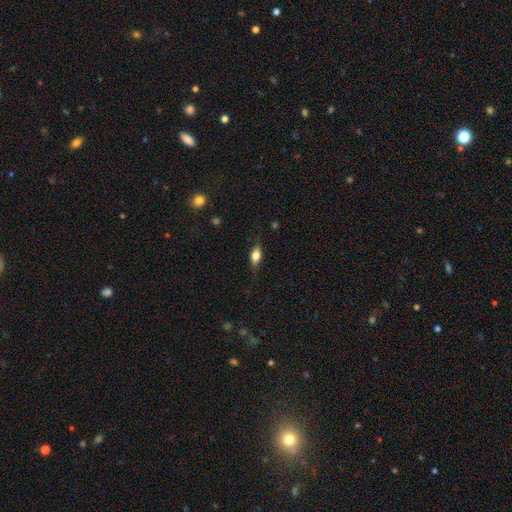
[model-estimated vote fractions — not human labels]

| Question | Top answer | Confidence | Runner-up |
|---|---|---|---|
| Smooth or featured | smooth | 65% | featured or disk (28%) |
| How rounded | in between | 75% | cigar-shaped (19%) |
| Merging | none | 79% | minor disturbance (16%) |